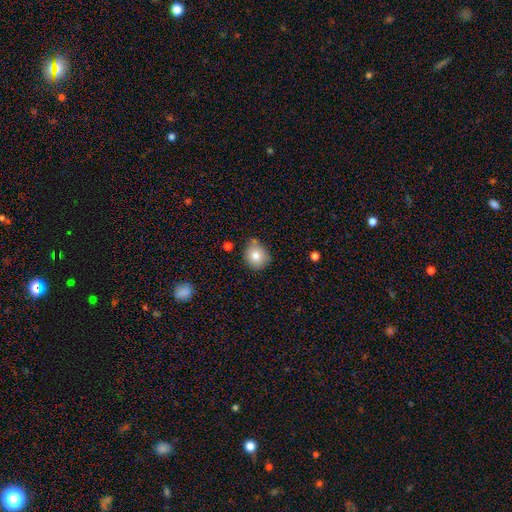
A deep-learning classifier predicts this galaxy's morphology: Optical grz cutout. It shows a smooth galaxy with no disk features (80%) that is round (81%). Merging: none (69%).